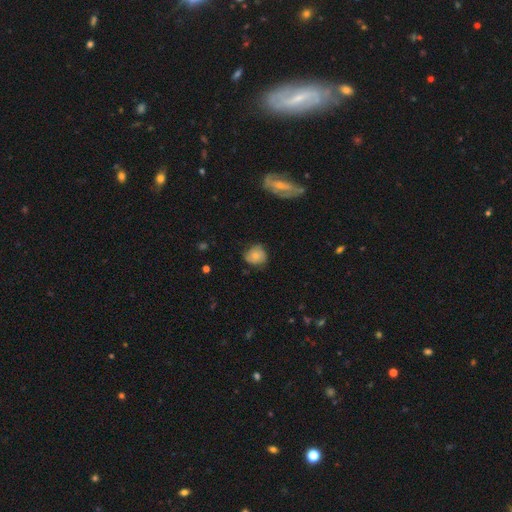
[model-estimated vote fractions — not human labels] The model was most divided on "smooth or featured": smooth: 64%, featured or disk: 27%, star or artifact: 9%. More confident: how rounded — round (77%); merging — none (65%).